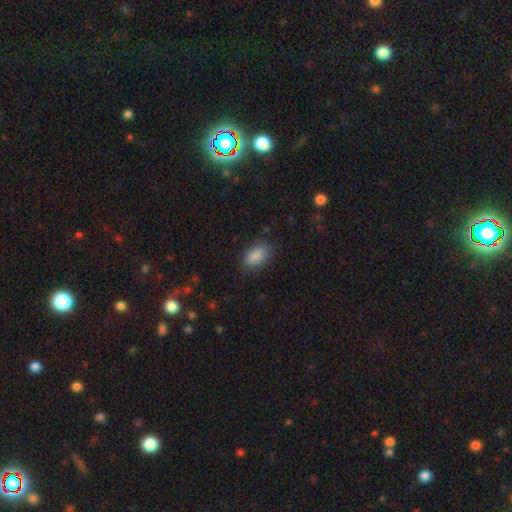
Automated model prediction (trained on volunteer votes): Overall: smooth (89%). How rounded: in between (92%). Merging: none (84%).